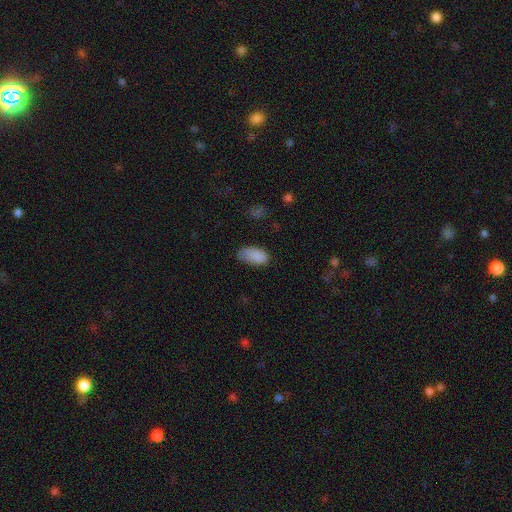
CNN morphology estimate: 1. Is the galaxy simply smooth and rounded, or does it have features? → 87% smooth, 8% star or artifact, 5% featured or disk.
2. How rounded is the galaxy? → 93% in between, 4% cigar-shaped, 3% round.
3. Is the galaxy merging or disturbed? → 63% none, 29% minor disturbance, 6% major disturbance, 2% merger.